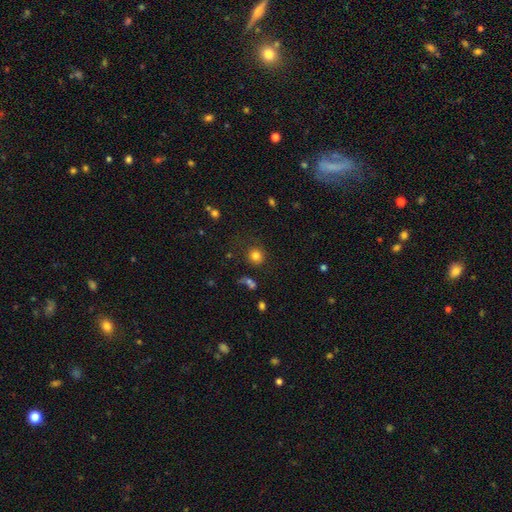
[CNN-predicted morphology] Smooth or featured? smooth (79%)
How rounded? round (90%)
Merging? none (78%)